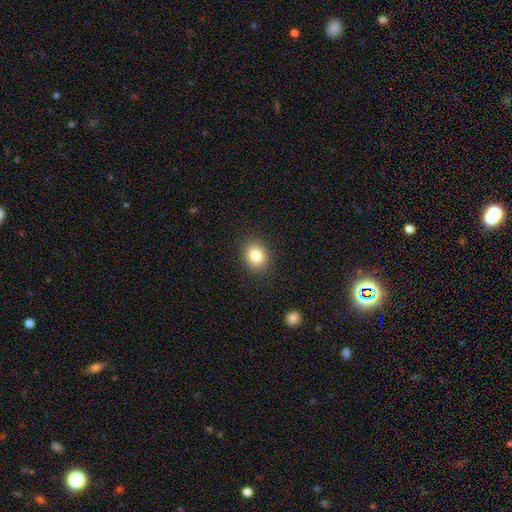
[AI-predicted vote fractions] Smooth or featured?
  - smooth: 83% *
  - star or artifact: 10%
  - featured or disk: 7%
How rounded?
  - round: 68% *
  - in between: 31%
  - cigar-shaped: 1%
Merging?
  - none: 89% *
  - minor disturbance: 7%
  - major disturbance: 2%
  - merger: 1%